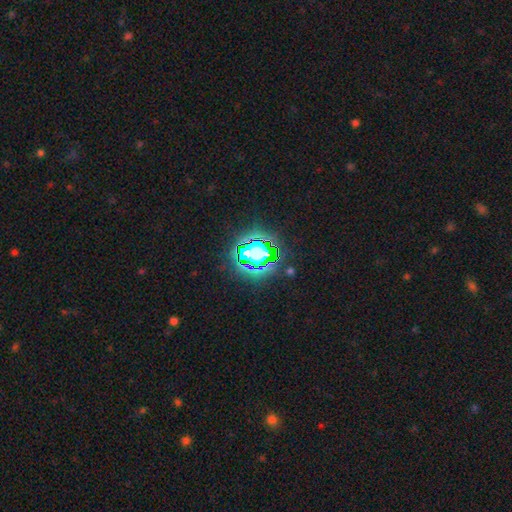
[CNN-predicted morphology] star or artifact 79%, smooth 13%, featured or disk 8%.